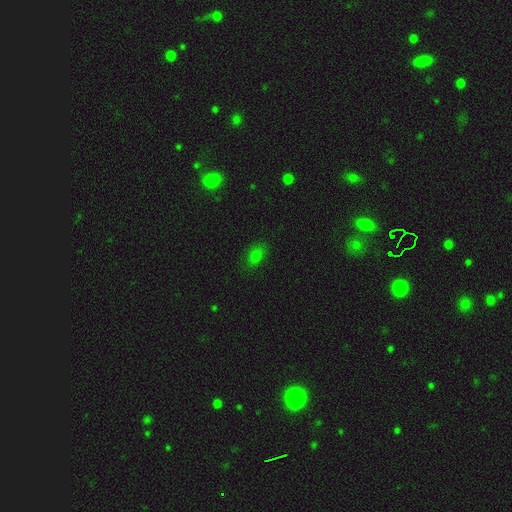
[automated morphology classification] smooth 74%, star or artifact 18%, featured or disk 8%. Down the decision tree: how rounded — in between (76%); merging — none (82%).